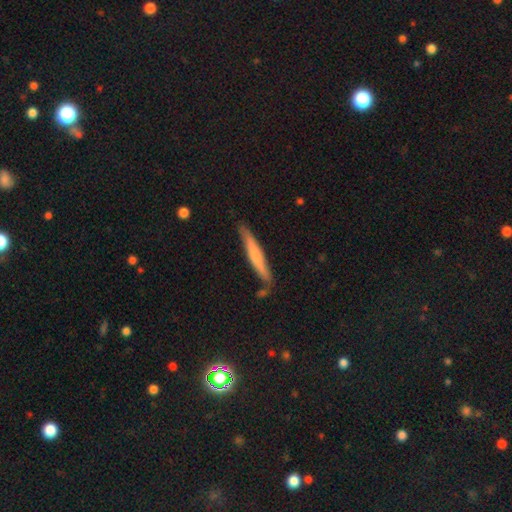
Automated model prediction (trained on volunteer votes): smooth 59%, featured or disk 36%, star or artifact 5%. Down the decision tree: how rounded — cigar-shaped (95%); merging — none (81%).